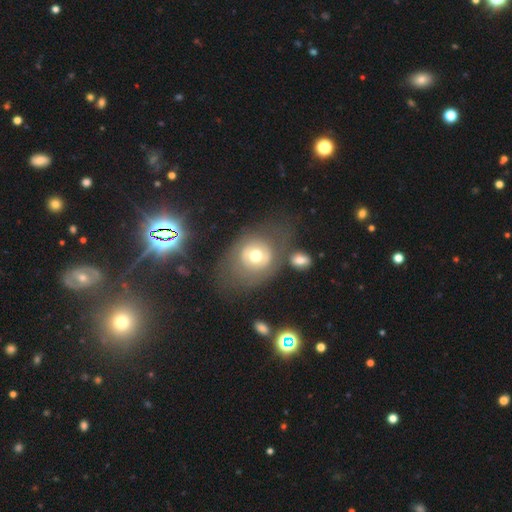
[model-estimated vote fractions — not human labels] This is possibly a smooth galaxy (46%). Merging: possibly none (53%).